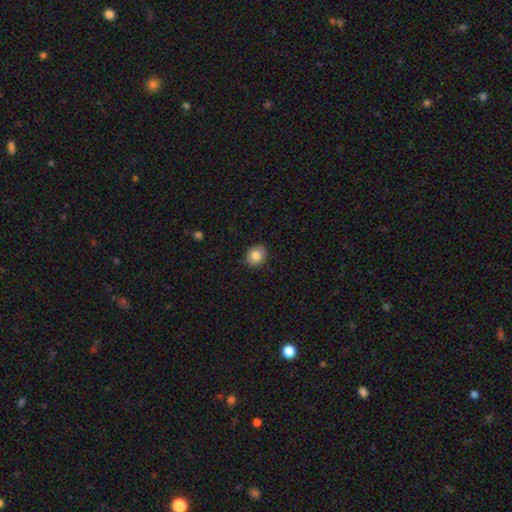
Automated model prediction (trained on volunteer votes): smooth_or_featured: smooth (p=0.82) [alt: featured or disk p=0.09]
how_rounded: round (p=0.64) [alt: in between p=0.35]
merging: none (p=0.86) [alt: minor disturbance p=0.11]